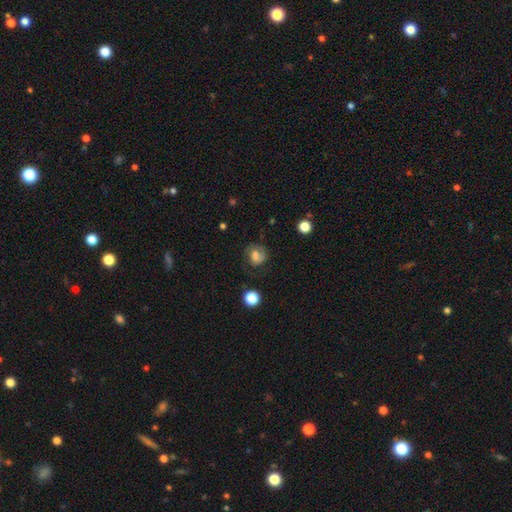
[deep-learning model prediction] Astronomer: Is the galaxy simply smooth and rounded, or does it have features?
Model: smooth — 55% (runner-up: featured or disk, 33%).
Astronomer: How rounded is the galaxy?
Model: round — 69%.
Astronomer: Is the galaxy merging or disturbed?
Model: none — 57%.